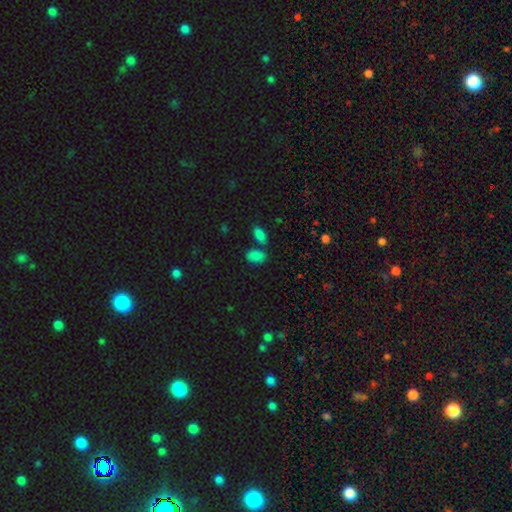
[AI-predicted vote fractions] Smooth or featured: smooth — 80% (star or artifact — 16%)
How rounded: in between — 91% (round — 7%)
Merging: none — 64% (merger — 19%)